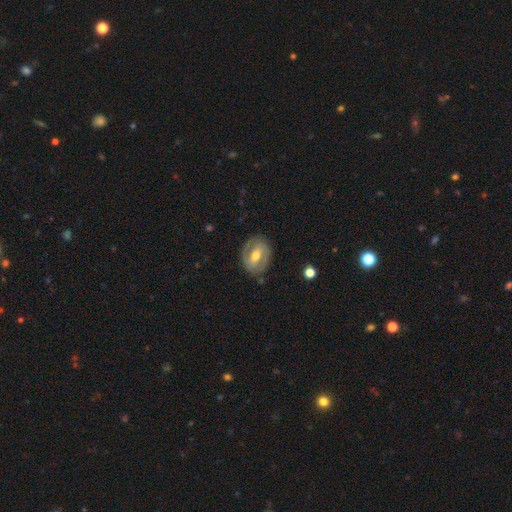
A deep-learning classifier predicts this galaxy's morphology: smooth_or_featured: featured or disk (p=0.65) [alt: smooth p=0.29]
disk_edge_on: no (p=0.94) [alt: yes p=0.06]
bar: weak (p=0.42) [alt: strong p=0.36]
has_spiral_arms: yes (p=0.61) [alt: no p=0.39]
bulge_size: moderate (p=0.71) [alt: small p=0.23]
merging: none (p=0.79) [alt: minor disturbance p=0.15]